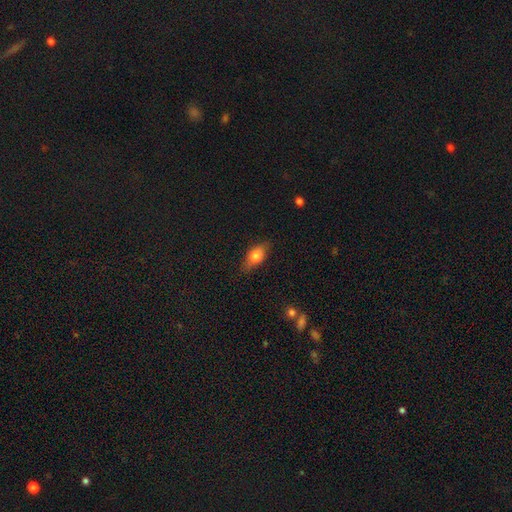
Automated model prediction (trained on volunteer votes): This is likely a smooth galaxy (73%). How rounded: likely in between (79%). Merging: likely none (78%).